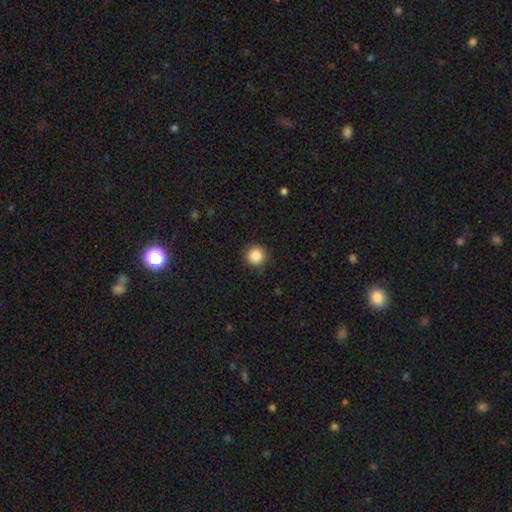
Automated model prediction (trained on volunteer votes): smooth 86%, star or artifact 10%, featured or disk 4%. Down the decision tree: how rounded — round (95%); merging — none (91%).